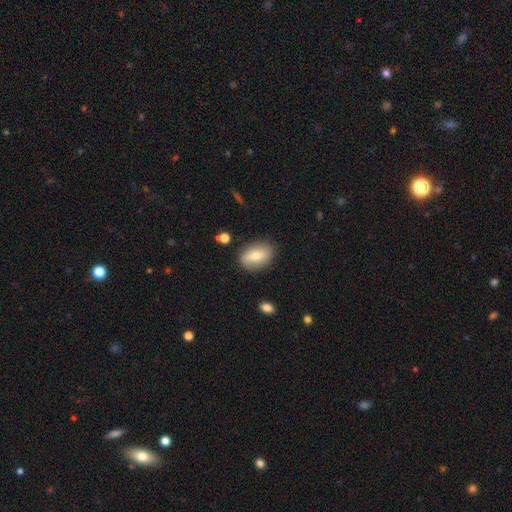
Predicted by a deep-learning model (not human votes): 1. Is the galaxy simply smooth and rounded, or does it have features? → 65% smooth, 26% featured or disk, 8% star or artifact.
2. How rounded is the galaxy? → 82% in between, 15% round, 3% cigar-shaped.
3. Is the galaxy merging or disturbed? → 84% none, 11% minor disturbance, 3% major disturbance, 2% merger.